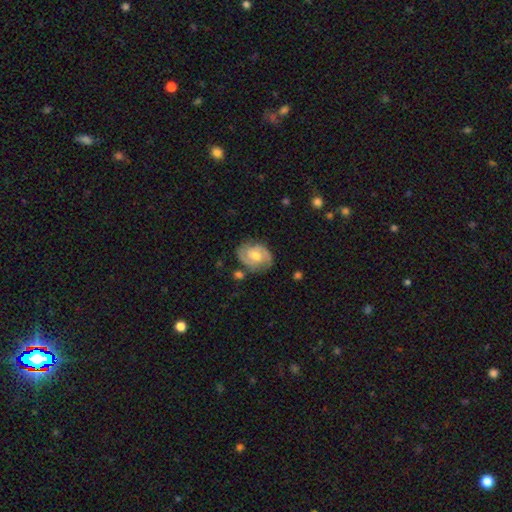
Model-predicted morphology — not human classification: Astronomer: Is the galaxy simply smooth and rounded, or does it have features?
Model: featured or disk — 72%.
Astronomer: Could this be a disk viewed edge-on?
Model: no — 97%.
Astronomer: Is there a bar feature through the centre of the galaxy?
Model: no — 46% (runner-up: weak, 45%).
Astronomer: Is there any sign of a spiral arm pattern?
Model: yes — 91%.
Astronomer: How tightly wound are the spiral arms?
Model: medium — 46% (runner-up: tight, 41%).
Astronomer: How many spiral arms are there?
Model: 2 — 77%.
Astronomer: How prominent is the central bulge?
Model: moderate — 69%.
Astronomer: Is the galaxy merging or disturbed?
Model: none — 75%.